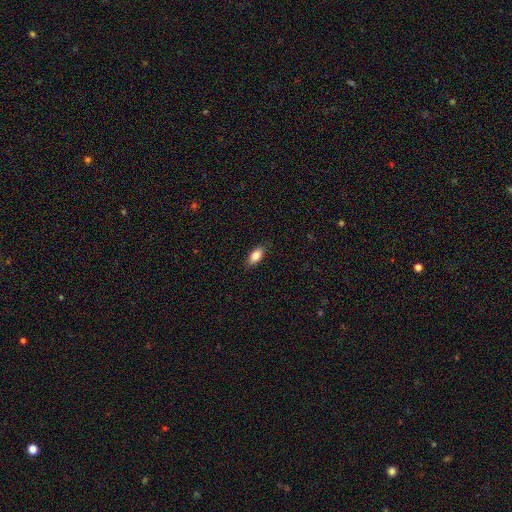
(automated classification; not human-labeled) smooth 82%, featured or disk 10%, star or artifact 7%. Down the decision tree: how rounded — in between (88%); merging — none (87%).